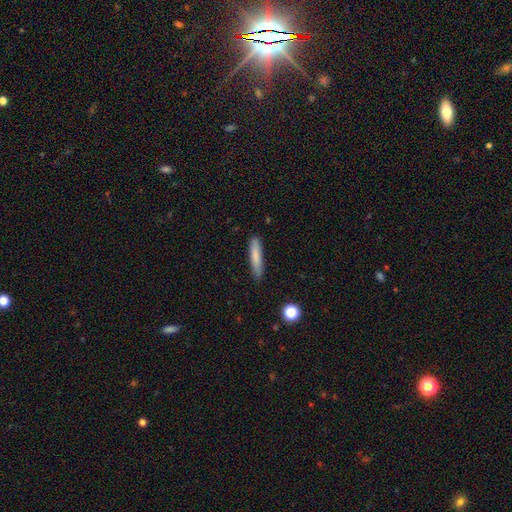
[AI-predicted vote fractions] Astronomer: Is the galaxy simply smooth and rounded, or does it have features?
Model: smooth — 80%.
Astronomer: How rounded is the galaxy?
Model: cigar-shaped — 87%.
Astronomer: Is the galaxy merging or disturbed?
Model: none — 85%.